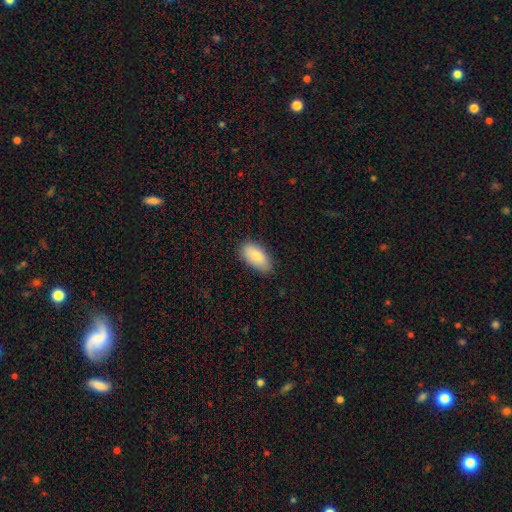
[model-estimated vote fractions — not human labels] Morphology: type=smooth (81%); roundness=in between (93%); merging=none (83%).